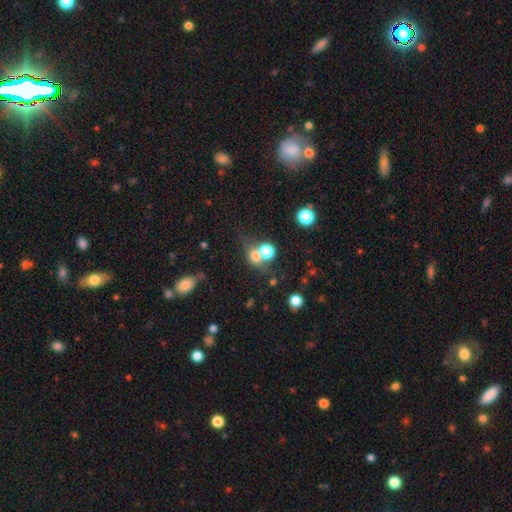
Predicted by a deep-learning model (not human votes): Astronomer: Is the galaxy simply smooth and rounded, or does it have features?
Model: smooth — 69%.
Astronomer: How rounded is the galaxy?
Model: round — 60% (runner-up: in between, 37%).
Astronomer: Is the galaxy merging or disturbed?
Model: merger — 44% (runner-up: none, 38%).